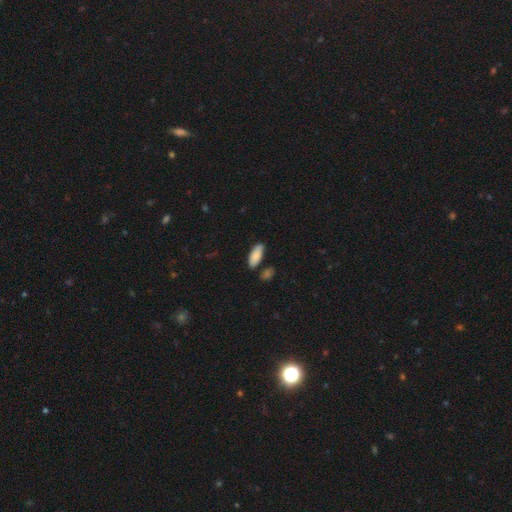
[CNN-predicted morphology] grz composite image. It shows a smooth galaxy with no disk features (85%) that is in between round and cigar-shaped (80%). Merging: none (76%).